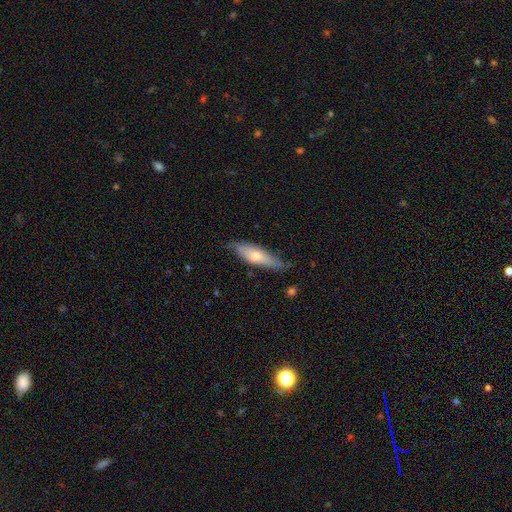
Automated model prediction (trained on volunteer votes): This is possibly a smooth galaxy (57%). How rounded: likely cigar-shaped (62%). Merging: likely none (69%).